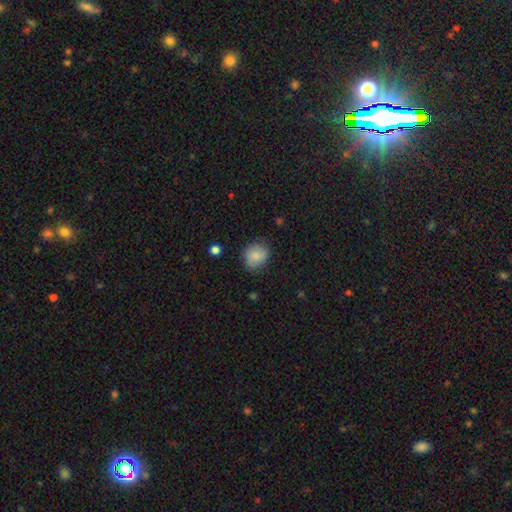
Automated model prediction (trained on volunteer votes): Morphology: type=smooth (80%); roundness=round (70%); merging=none (76%).